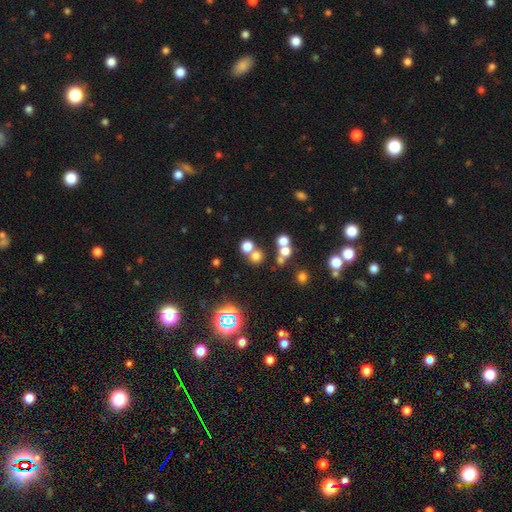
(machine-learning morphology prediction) Smooth or featured? smooth (63%)
How rounded? round (86%)
Merging? none (58%)